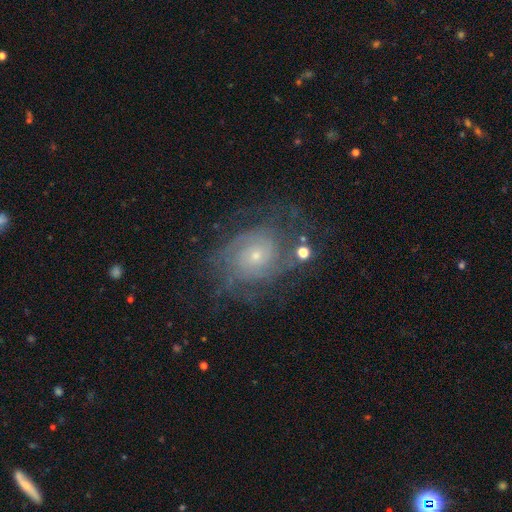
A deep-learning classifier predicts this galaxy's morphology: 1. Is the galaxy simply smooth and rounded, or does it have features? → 79% featured or disk, 12% smooth, 9% star or artifact.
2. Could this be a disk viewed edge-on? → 97% no, 3% yes.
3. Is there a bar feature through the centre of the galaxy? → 77% no, 19% weak, 4% strong.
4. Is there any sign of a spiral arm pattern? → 91% yes, 9% no.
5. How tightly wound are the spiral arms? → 63% tight, 28% medium, 9% loose.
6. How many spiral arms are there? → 45% can't tell, 19% 2, 13% 3, 11% 4, 6% more than 4, 6% 1.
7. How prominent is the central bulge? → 73% small, 23% moderate, 2% large, 2% none, 1% dominant.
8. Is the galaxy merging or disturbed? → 66% none, 18% minor disturbance, 12% major disturbance, 3% merger.